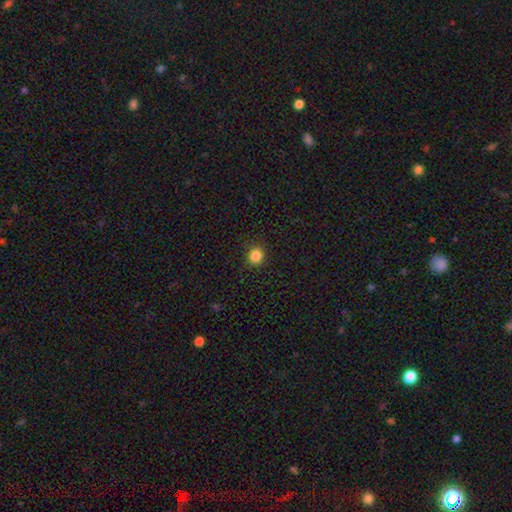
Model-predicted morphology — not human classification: This appears to be a smooth galaxy with no disk features (85%) that is round (87%). Merging: none (90%).